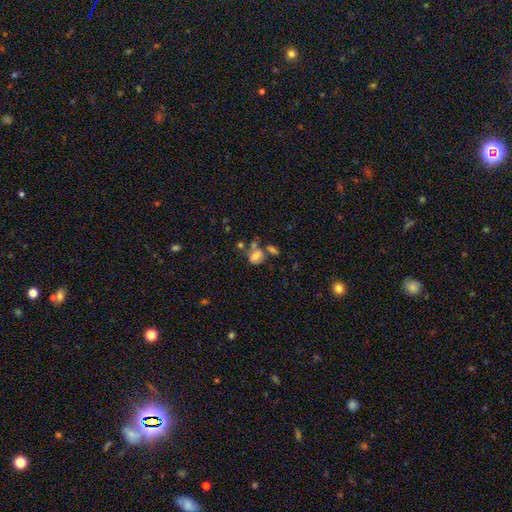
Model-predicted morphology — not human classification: Smooth or featured?
  - smooth: 68% *
  - featured or disk: 19%
  - star or artifact: 13%
How rounded?
  - in between: 66% *
  - round: 32%
  - cigar-shaped: 2%
Merging?
  - none: 35% *
  - merger: 34%
  - minor disturbance: 18%
  - major disturbance: 12%